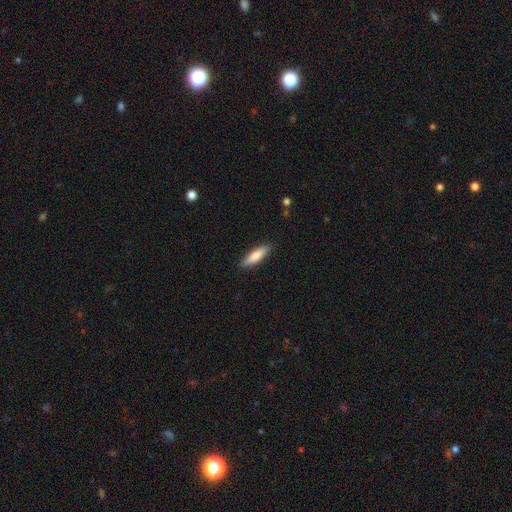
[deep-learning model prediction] Overall: smooth (78%). How rounded: cigar-shaped (65%; in between 34%). Merging: none (88%).